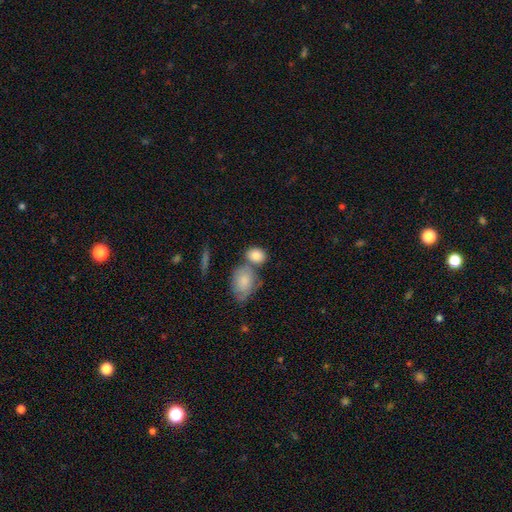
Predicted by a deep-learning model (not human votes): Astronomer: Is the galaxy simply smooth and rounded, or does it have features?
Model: smooth — 85%.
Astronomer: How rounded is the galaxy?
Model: in between — 64%.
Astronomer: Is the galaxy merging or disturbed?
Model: none — 47% (runner-up: merger, 34%).